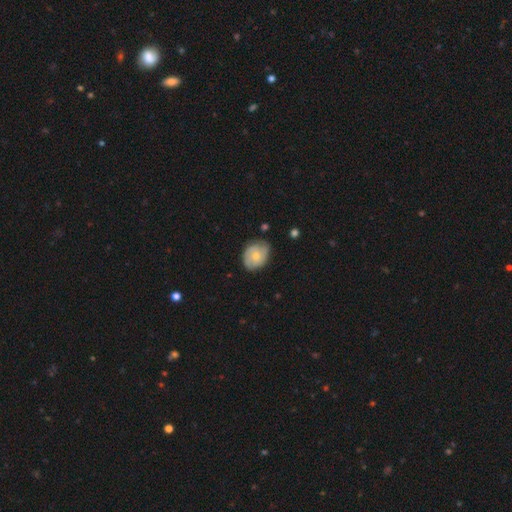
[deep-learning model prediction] smooth_or_featured: featured or disk (p=0.52) [alt: smooth p=0.42]
disk_edge_on: no (p=0.97) [alt: yes p=0.03]
merging: none (p=0.67) [alt: minor disturbance p=0.26]